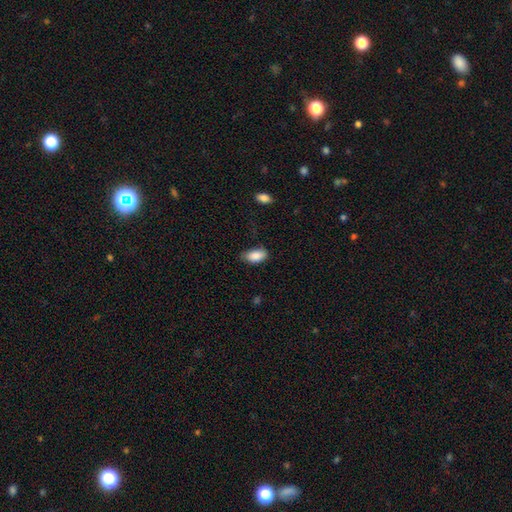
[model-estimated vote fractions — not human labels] This appears to be a smooth galaxy with no disk features (88%) that is in between round and cigar-shaped (92%). Merging: none (74%).